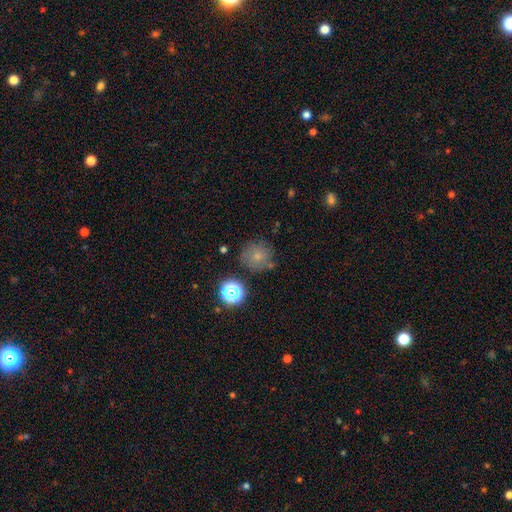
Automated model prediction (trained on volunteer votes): The model was most divided on "smooth or featured": smooth: 50%, star or artifact: 31%, featured or disk: 18%. More confident: how rounded — round (90%); merging — none (78%).